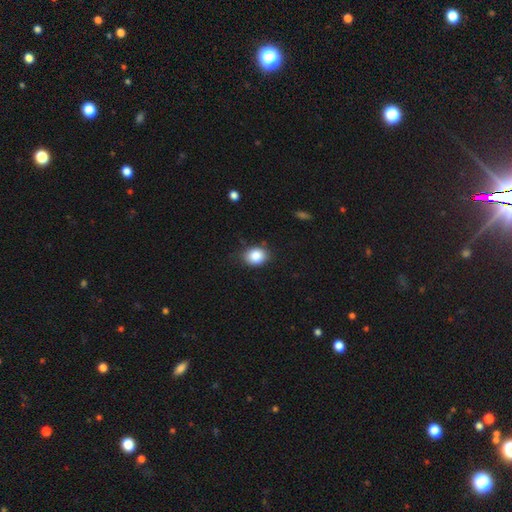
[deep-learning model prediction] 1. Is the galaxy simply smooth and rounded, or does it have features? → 86% smooth, 9% star or artifact, 5% featured or disk.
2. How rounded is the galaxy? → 56% round, 43% in between, 1% cigar-shaped.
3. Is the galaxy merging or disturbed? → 81% none, 14% minor disturbance, 3% major disturbance, 2% merger.